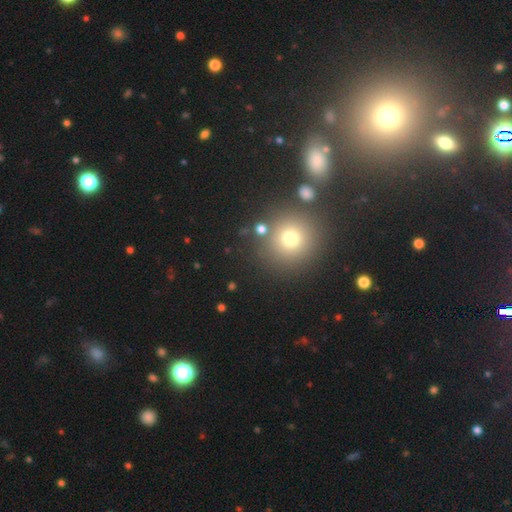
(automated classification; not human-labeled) A smooth galaxy with no disk features (47%).

Vote fractions:
- Smooth or featured? smooth: 47% / star or artifact: 45% / featured or disk: 9%
- Merging? none: 82% / merger: 7% / minor disturbance: 7% / major disturbance: 3%